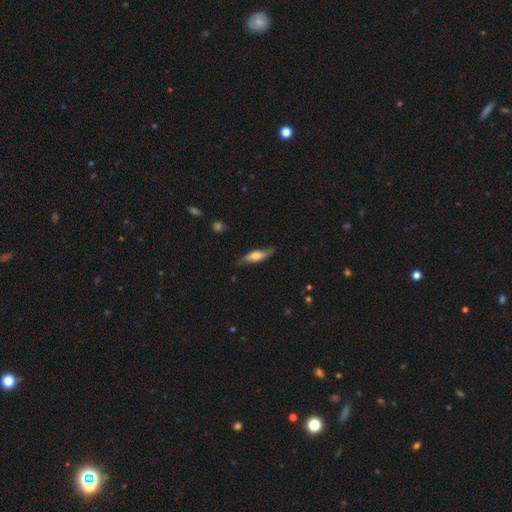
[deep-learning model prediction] Smooth or featured?
  - featured or disk: 47% * (tied)
  - smooth: 47% * (tied)
  - star or artifact: 6%
Merging?
  - none: 72% *
  - minor disturbance: 22%
  - major disturbance: 5%
  - merger: 1%